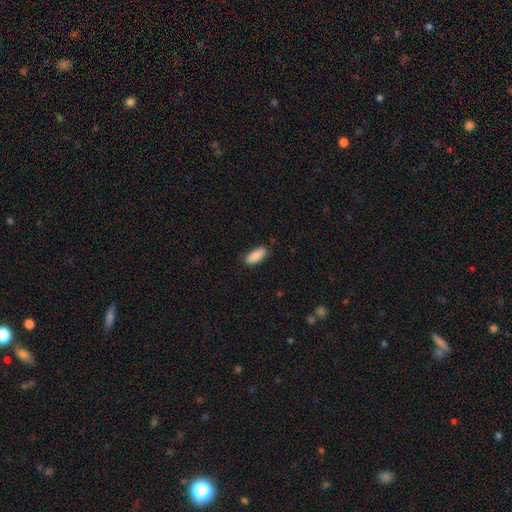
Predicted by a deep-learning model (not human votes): smooth 88%, star or artifact 6%, featured or disk 5%. Down the decision tree: how rounded — in between (85%); merging — none (84%).